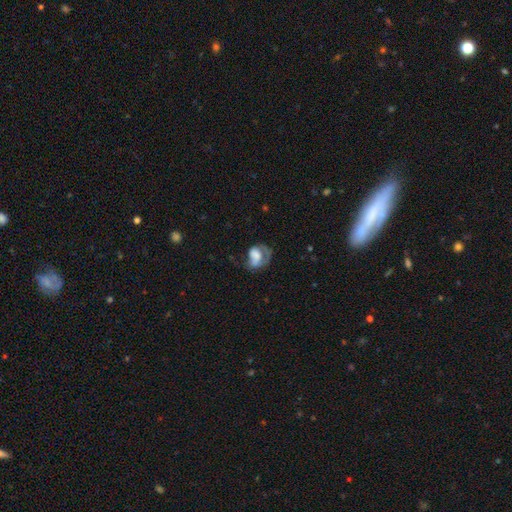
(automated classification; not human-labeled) This is possibly a smooth galaxy (46%). Merging: possibly major disturbance (46%).